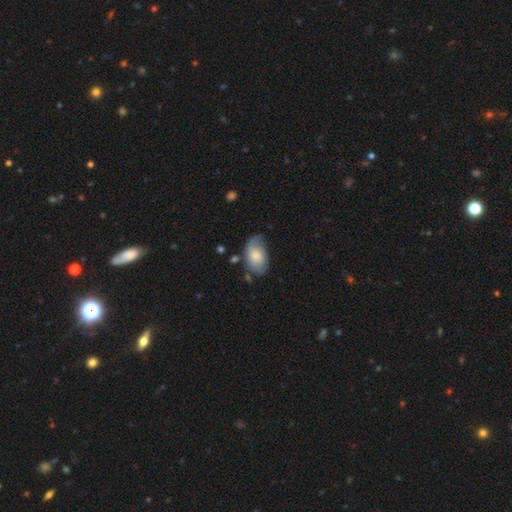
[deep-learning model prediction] The model was most divided on "merging": none: 50%, minor disturbance: 33%, major disturbance: 13%, merger: 4%. More confident: how rounded — in between (91%); smooth or featured — smooth (64%).